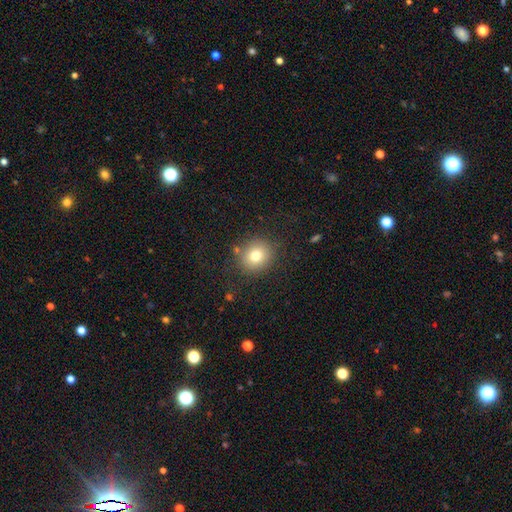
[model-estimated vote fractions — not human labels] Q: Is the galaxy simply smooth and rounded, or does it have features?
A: smooth — 77%.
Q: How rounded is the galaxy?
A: round — 82%.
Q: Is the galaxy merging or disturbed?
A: none — 83%.